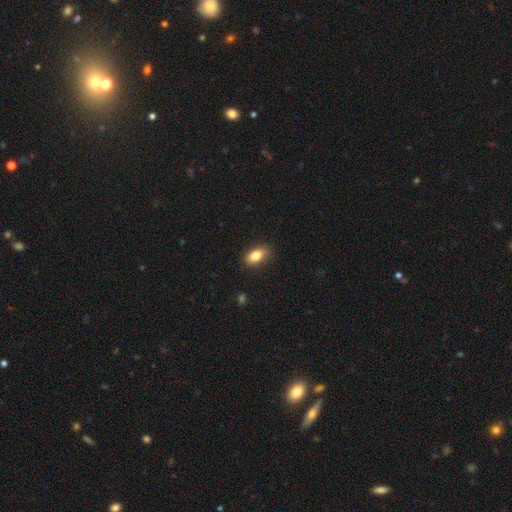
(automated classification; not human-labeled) A smooth galaxy with no disk features (85%) that is in between round and cigar-shaped (88%).

Vote fractions:
- Smooth or featured? smooth: 85% / star or artifact: 8% / featured or disk: 7%
- How rounded? in between: 88% / round: 8% / cigar-shaped: 4%
- Merging? none: 84% / minor disturbance: 12% / major disturbance: 2% / merger: 1%